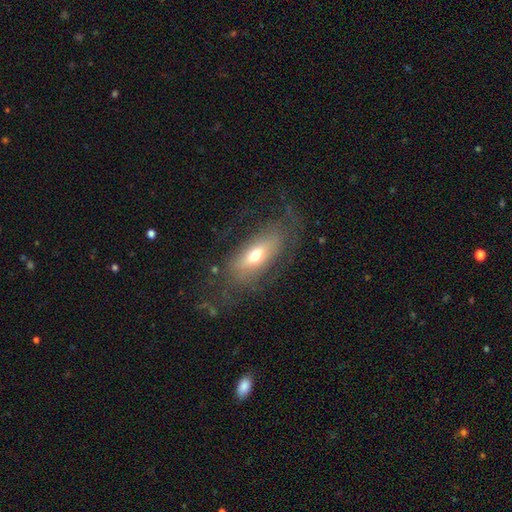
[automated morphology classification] Overall: smooth (51%; featured or disk 40%). How rounded: in between (77%). Merging: none (64%).